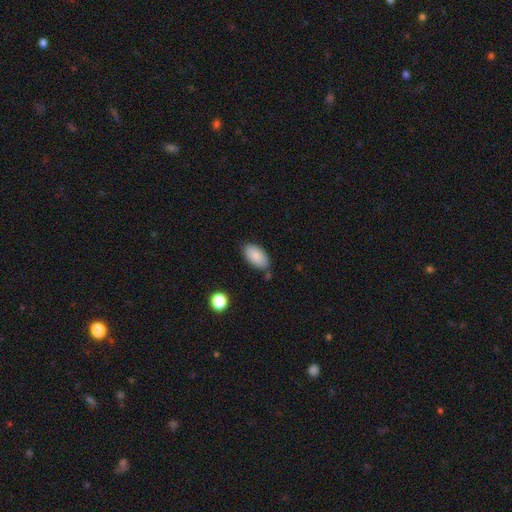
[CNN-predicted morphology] A smooth galaxy with no disk features (87%) that is in between round and cigar-shaped (95%). Merging: none (75%).